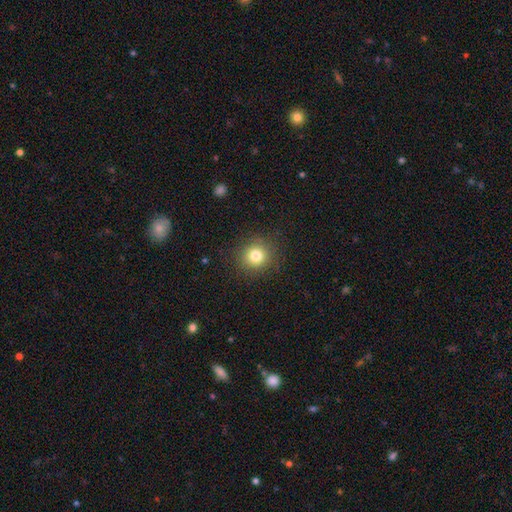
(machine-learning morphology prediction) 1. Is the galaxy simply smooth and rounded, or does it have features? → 80% smooth, 13% star or artifact, 7% featured or disk.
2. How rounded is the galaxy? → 90% round, 9% in between, 1% cigar-shaped.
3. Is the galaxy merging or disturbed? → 89% none, 7% minor disturbance, 3% major disturbance, 1% merger.